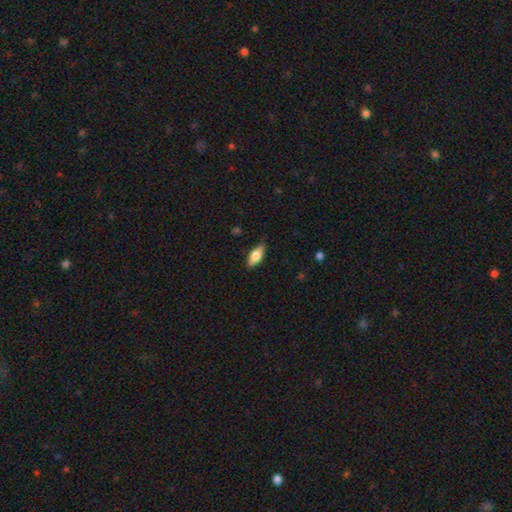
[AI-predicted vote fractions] Smooth or featured?
  - smooth: 69% *
  - featured or disk: 24%
  - star or artifact: 7%
How rounded?
  - in between: 76% *
  - cigar-shaped: 21%
  - round: 3%
Merging?
  - none: 82% *
  - minor disturbance: 14%
  - major disturbance: 3%
  - merger: 1%